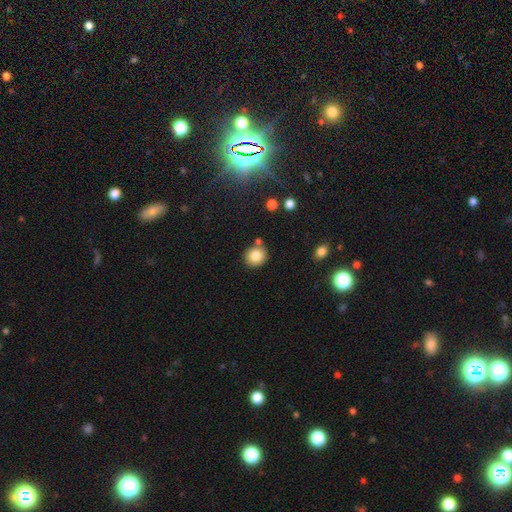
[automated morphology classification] smooth-or-featured: smooth: 83% | star or artifact: 10% | featured or disk: 8%
  how-rounded: round: 80% | in between: 19% | cigar-shaped: 1%
  merging: none: 77% | merger: 10% | minor disturbance: 10% | major disturbance: 2%